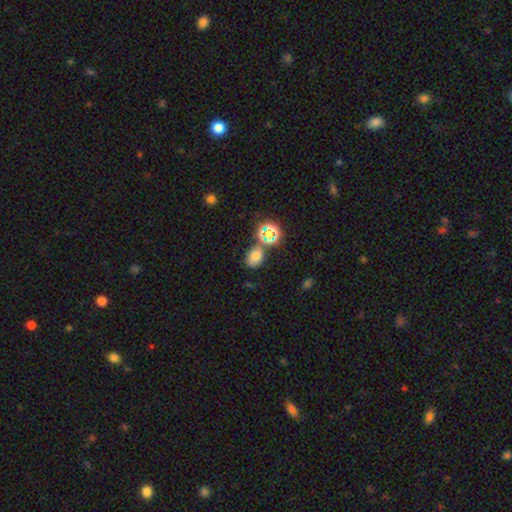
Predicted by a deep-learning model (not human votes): smooth_or_featured: smooth (p=0.66) [alt: star or artifact p=0.24]
how_rounded: in between (p=0.64) [alt: round p=0.35]
merging: none (p=0.68) [alt: merger p=0.15]